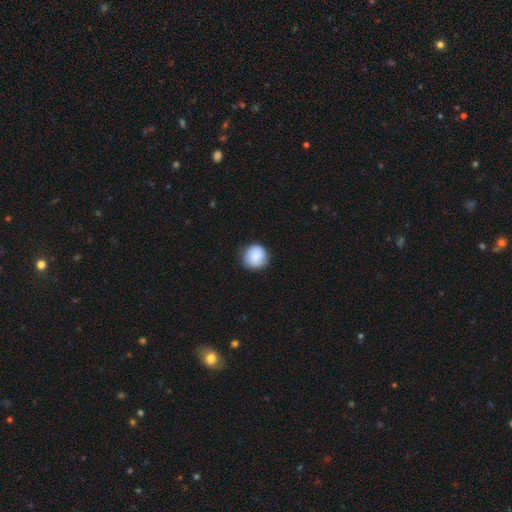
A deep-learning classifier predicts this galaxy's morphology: Smooth or featured: smooth — 83% (featured or disk — 10%)
How rounded: round — 93% (in between — 6%)
Merging: none — 84% (minor disturbance — 12%)